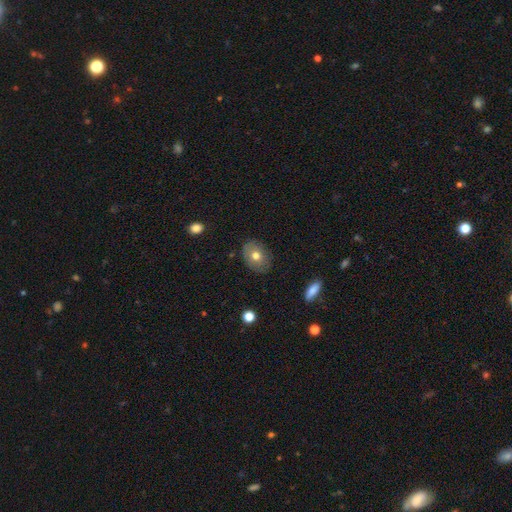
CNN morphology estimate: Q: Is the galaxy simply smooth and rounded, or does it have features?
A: smooth — 67%.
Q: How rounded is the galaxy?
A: in between — 68%.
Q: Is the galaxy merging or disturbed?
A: none — 83%.